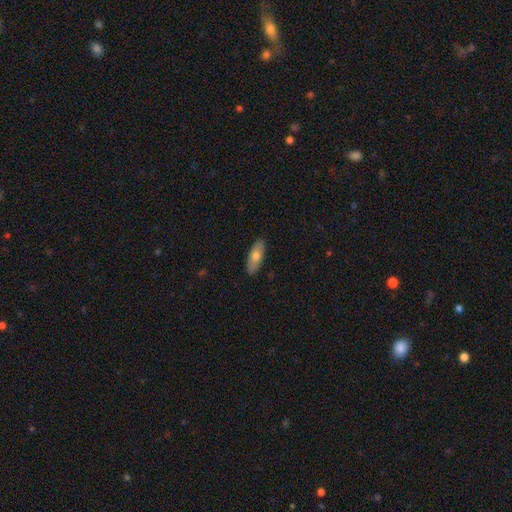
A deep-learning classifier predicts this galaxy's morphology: Q: Smooth or featured?
A: smooth (71%); runner-up: featured or disk (23%)
Q: How rounded?
A: in between (68%); runner-up: cigar-shaped (29%)
Q: Merging?
A: none (89%); runner-up: minor disturbance (8%)